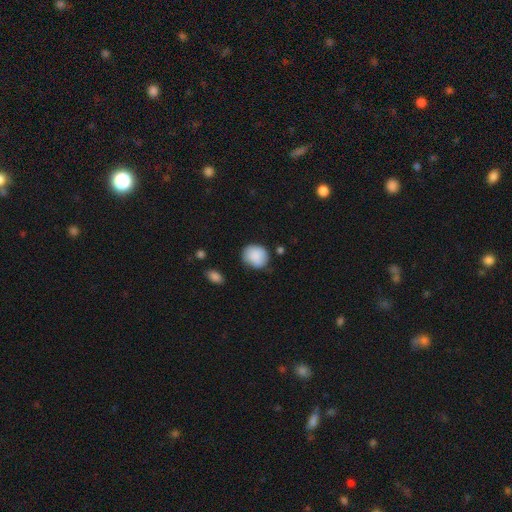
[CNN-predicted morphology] smooth 87%, star or artifact 7%, featured or disk 6%. Down the decision tree: how rounded — round (74%); merging — none (70%).